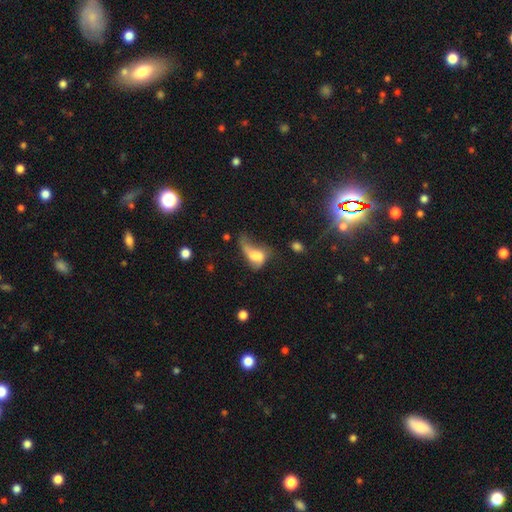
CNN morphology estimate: smooth_or_featured: smooth (p=0.53) [alt: featured or disk p=0.35]
how_rounded: in between (p=0.80) [alt: round p=0.11]
merging: major disturbance (p=0.48) [alt: merger p=0.20]